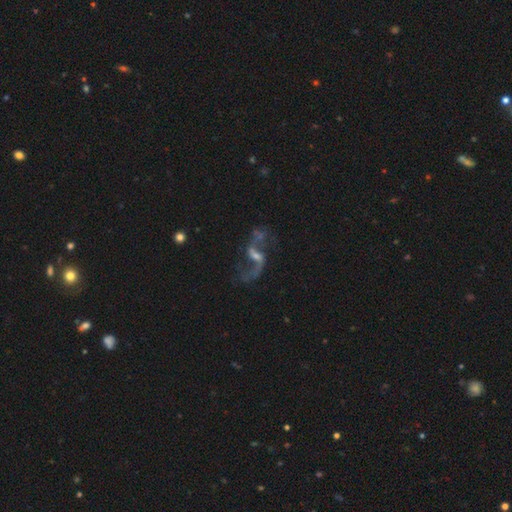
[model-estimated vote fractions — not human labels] smooth_or_featured: featured or disk (p=0.86) [alt: star or artifact p=0.08]
disk_edge_on: no (p=0.97) [alt: yes p=0.03]
bar: weak (p=0.50) [alt: no p=0.27]
has_spiral_arms: yes (p=0.92) [alt: no p=0.08]
spiral_winding: loose (p=0.88) [alt: medium p=0.09]
spiral_arm_count: 2 (p=0.90) [alt: 1 p=0.05]
bulge_size: small (p=0.47) [alt: moderate p=0.27]
merging: none (p=0.57) [alt: major disturbance p=0.19]